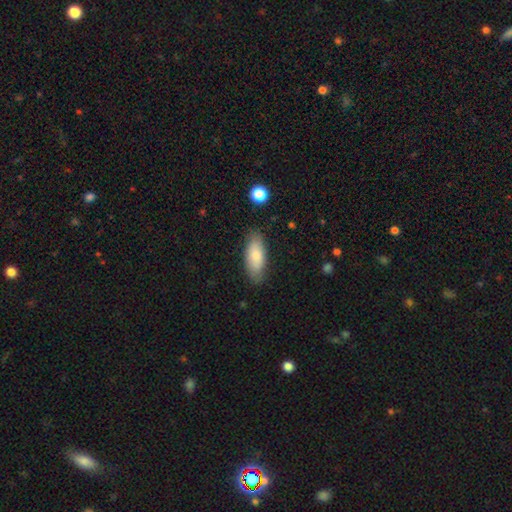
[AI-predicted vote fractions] This appears to be a smooth galaxy with no disk features (80%) that is in between round and cigar-shaped (82%). Merging: none (80%).